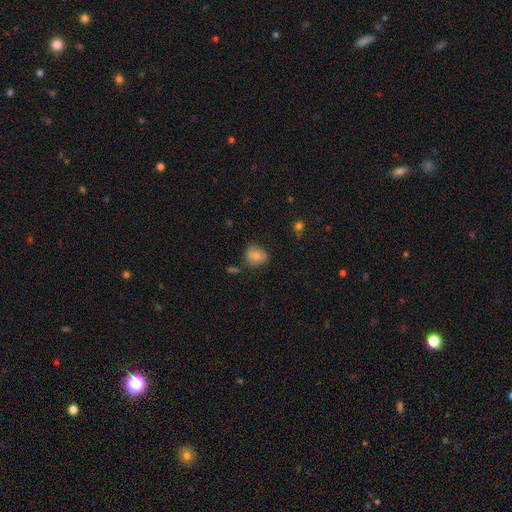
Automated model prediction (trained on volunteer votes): Smooth or featured? Predicted: smooth (p=0.75). How rounded? Predicted: round (p=0.66). Merging? Predicted: none (p=0.67).